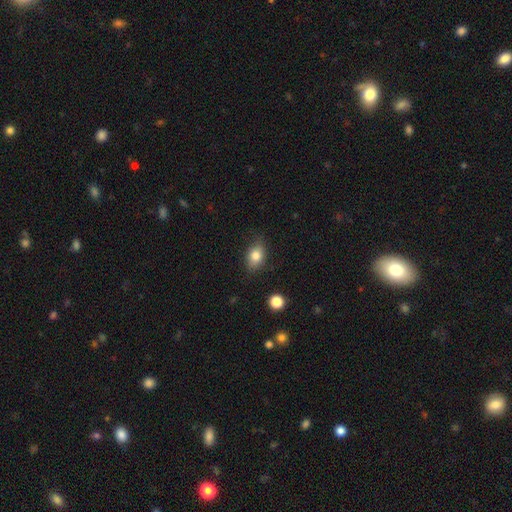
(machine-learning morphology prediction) smooth 81%, featured or disk 10%, star or artifact 9%. Down the decision tree: how rounded — in between (76%); merging — none (79%).